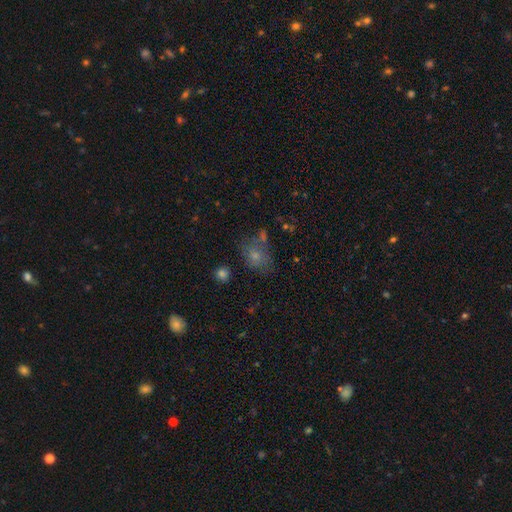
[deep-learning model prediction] A smooth galaxy with no disk features (67%) that is in between round and cigar-shaped (59%). Merging: none (53%).